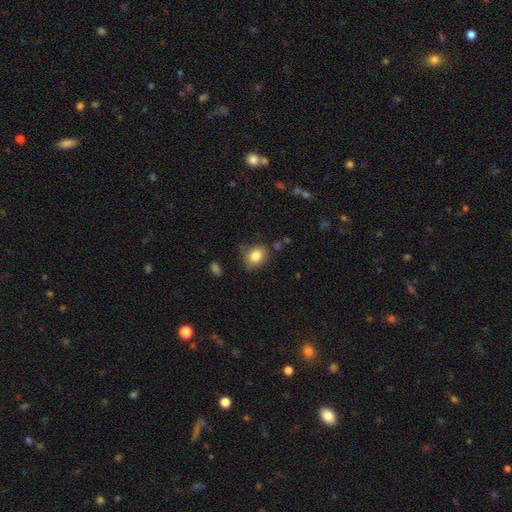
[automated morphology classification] This appears to be a smooth galaxy with no disk features (83%) that is in between round and cigar-shaped (55%). Merging: none (68%).